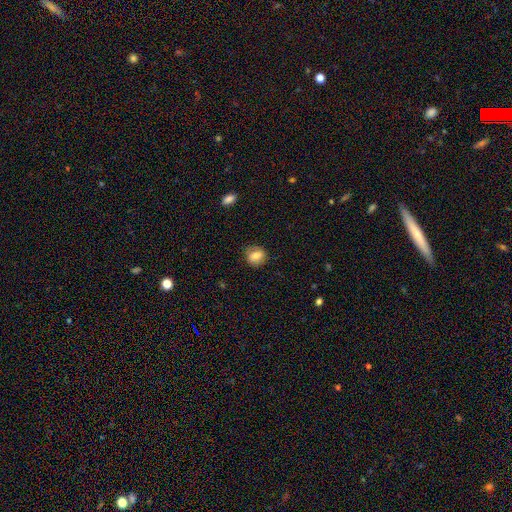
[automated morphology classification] smooth 79%, featured or disk 12%, star or artifact 9%. Down the decision tree: how rounded — round (65%); merging — none (79%).